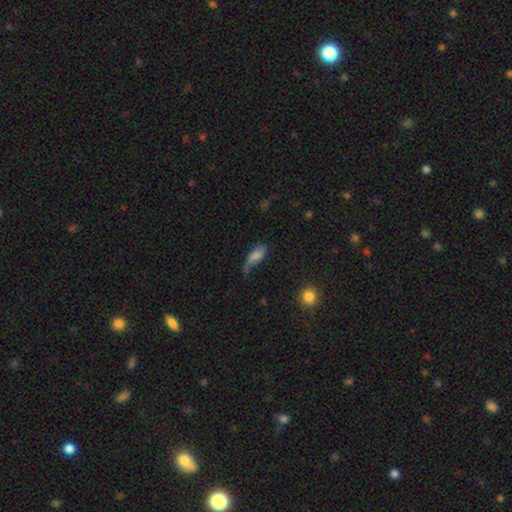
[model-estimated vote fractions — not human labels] Smooth or featured? Predicted: smooth (p=0.66). How rounded? Predicted: in between (p=0.74). Merging? Predicted: minor disturbance (p=0.33).